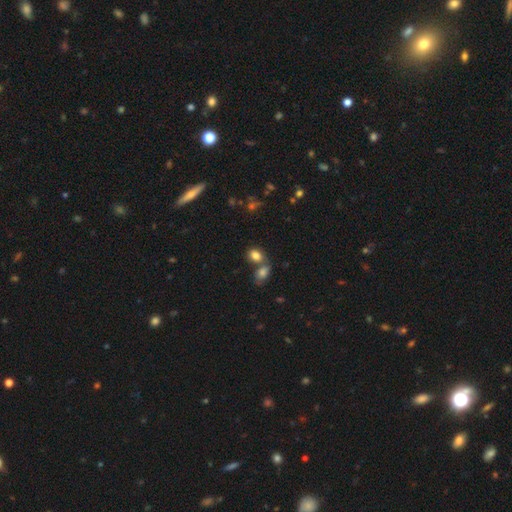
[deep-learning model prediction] smooth_or_featured: smooth (p=0.82) [alt: star or artifact p=0.11]
how_rounded: in between (p=0.75) [alt: round p=0.23]
merging: none (p=0.47) [alt: merger p=0.37]